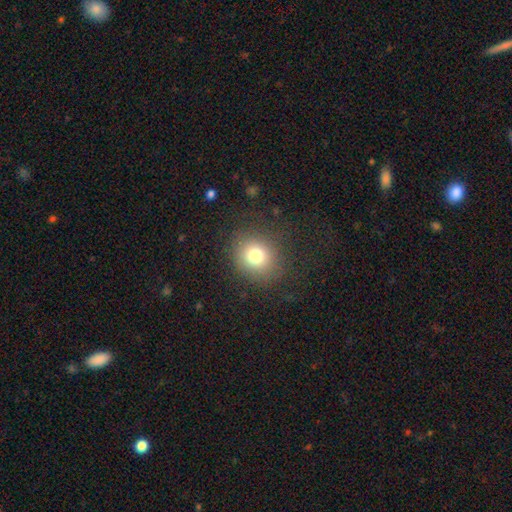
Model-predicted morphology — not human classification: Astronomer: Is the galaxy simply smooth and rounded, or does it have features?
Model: smooth — 76%.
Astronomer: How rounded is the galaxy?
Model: round — 80%.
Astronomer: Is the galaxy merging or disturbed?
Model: none — 84%.